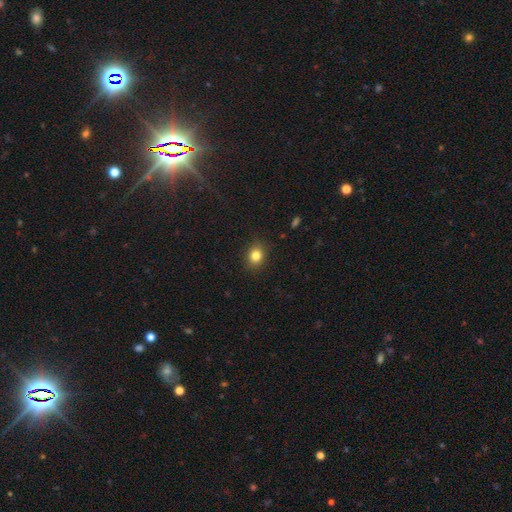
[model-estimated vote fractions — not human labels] Smooth or featured?
  - smooth: 82% *
  - star or artifact: 12%
  - featured or disk: 7%
How rounded?
  - round: 59% *
  - in between: 39%
  - cigar-shaped: 1%
Merging?
  - none: 88% *
  - minor disturbance: 9%
  - major disturbance: 2%
  - merger: 1%